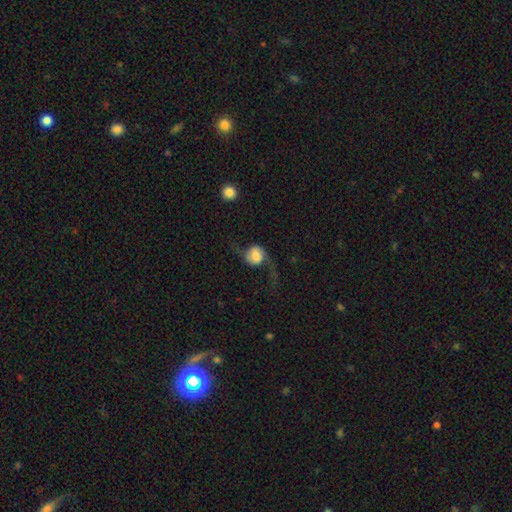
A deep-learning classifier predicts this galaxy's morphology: Smooth or featured?
  - featured or disk: 61% *
  - smooth: 31%
  - star or artifact: 8%
Edge-on disk?
  - no: 96% *
  - yes: 4%
Bar?
  - no: 59% *
  - weak: 32%
  - strong: 9%
Spiral arms?
  - yes: 91% *
  - no: 9%
Spiral winding?
  - loose: 85% *
  - medium: 12%
  - tight: 3%
Spiral arm count?
  - 2: 87% *
  - 1: 8%
  - can't tell: 2%
  - 3: 1%
  - 4: 1%
  - more than 4: 1%
Bulge size?
  - moderate: 30% *
  - large: 28%
  - dominant: 17%
  - small: 17%
  - none: 9%
Merging?
  - none: 48% *
  - major disturbance: 31%
  - minor disturbance: 18%
  - merger: 4%